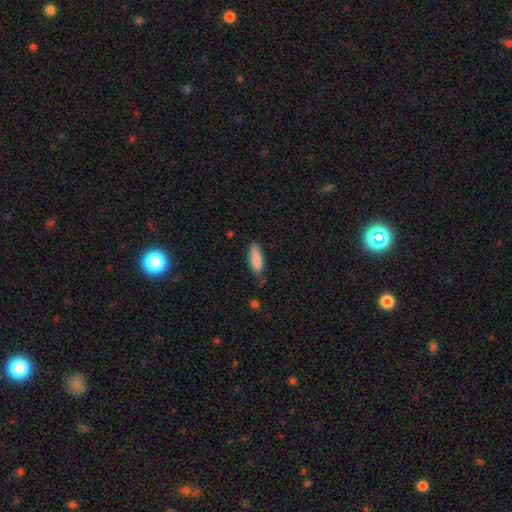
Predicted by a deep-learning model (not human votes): Smooth or featured?
  - smooth: 87% *
  - featured or disk: 7%
  - star or artifact: 6%
How rounded?
  - in between: 61% *
  - cigar-shaped: 37%
  - round: 2%
Merging?
  - none: 70% *
  - minor disturbance: 24%
  - major disturbance: 4%
  - merger: 2%